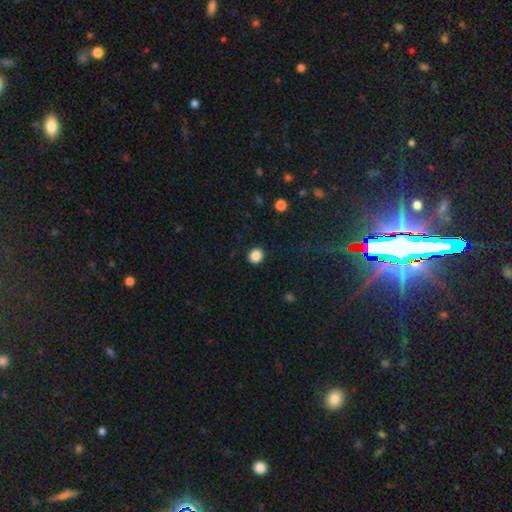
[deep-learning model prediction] A smooth galaxy with no disk features (87%) that is round (88%). Merging: none (92%).